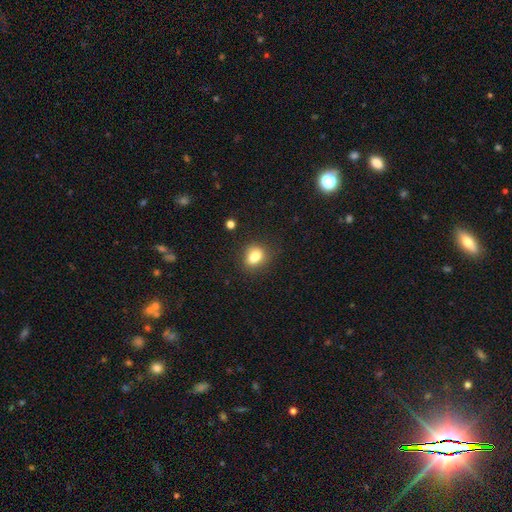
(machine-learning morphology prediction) Smooth or featured: smooth — 80% (star or artifact — 11%)
How rounded: in between — 61% (round — 37%)
Merging: none — 67% (minor disturbance — 17%)